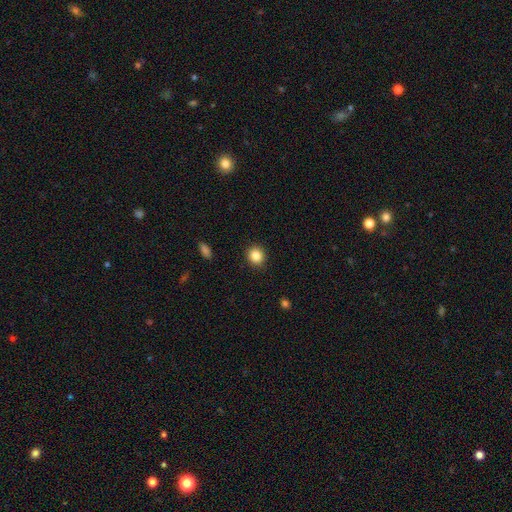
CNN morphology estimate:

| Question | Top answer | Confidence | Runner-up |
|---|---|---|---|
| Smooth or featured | smooth | 85% | star or artifact (10%) |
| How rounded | round | 83% | in between (16%) |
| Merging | none | 91% | minor disturbance (6%) |